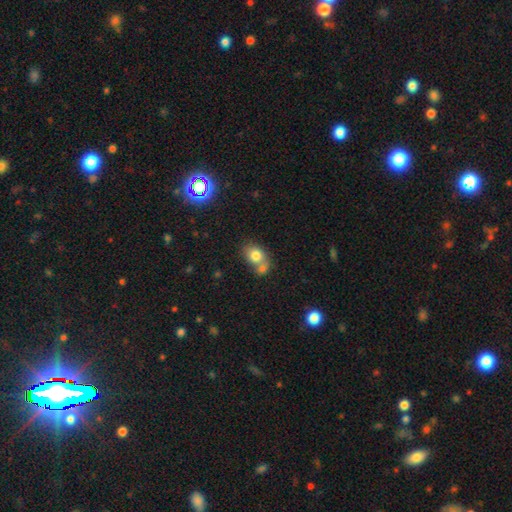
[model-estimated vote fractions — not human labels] smooth-or-featured: smooth: 78% | featured or disk: 13% | star or artifact: 9%
  how-rounded: in between: 56% | round: 43% | cigar-shaped: 1%
  merging: merger: 49% | none: 35% | minor disturbance: 11% | major disturbance: 5%